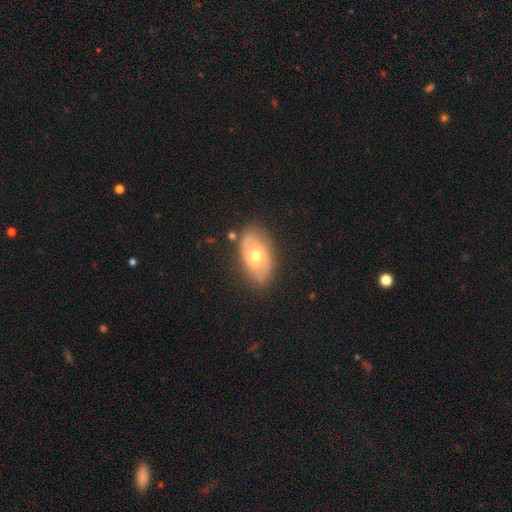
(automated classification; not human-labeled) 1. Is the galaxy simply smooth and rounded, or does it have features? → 58% featured or disk, 36% smooth, 6% star or artifact.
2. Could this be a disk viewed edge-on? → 91% no, 9% yes.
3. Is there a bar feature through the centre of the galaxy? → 81% no, 15% weak, 4% strong.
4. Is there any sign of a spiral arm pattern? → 54% yes, 46% no.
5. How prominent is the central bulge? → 76% moderate, 14% small, 7% large, 1% dominant, 1% none.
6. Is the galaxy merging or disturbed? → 78% none, 16% minor disturbance, 4% major disturbance, 2% merger.